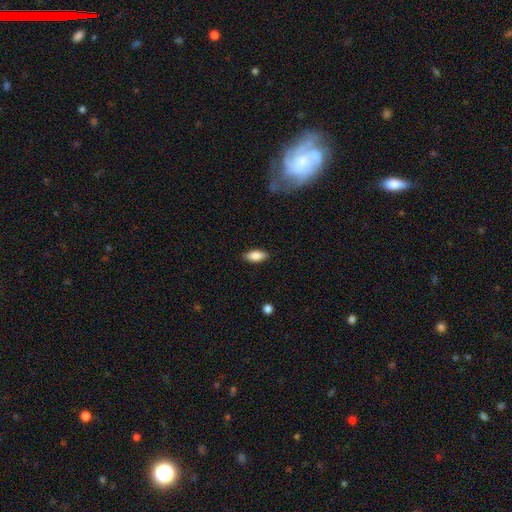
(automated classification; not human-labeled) Smooth or featured?
  - smooth: 85% *
  - featured or disk: 8%
  - star or artifact: 7%
How rounded?
  - in between: 86% *
  - cigar-shaped: 11%
  - round: 3%
Merging?
  - none: 87% *
  - minor disturbance: 10%
  - major disturbance: 2%
  - merger: 1%